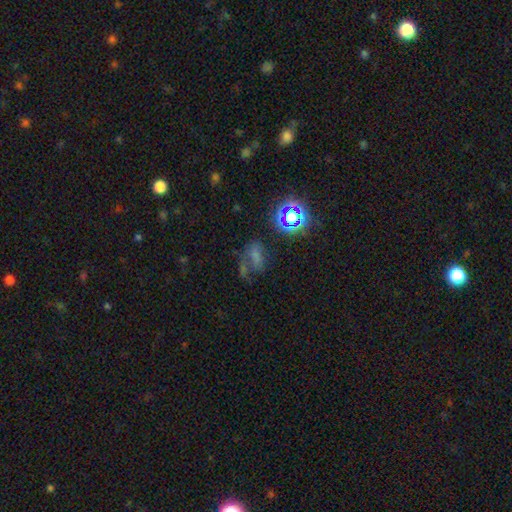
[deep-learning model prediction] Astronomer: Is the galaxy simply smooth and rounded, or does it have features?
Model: smooth — 44% (runner-up: star or artifact, 37%).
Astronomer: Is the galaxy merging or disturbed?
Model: none — 41% (runner-up: major disturbance, 25%).